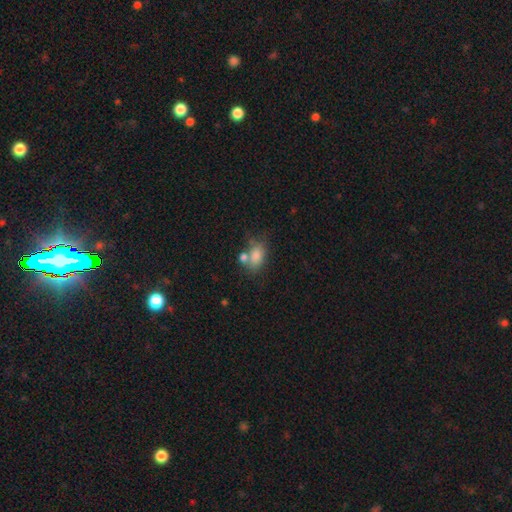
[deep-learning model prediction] A smooth galaxy with no disk features (79%) that is in between round and cigar-shaped (82%).

Vote fractions:
- Smooth or featured? smooth: 79% / featured or disk: 11% / star or artifact: 10%
- How rounded? in between: 82% / round: 16% / cigar-shaped: 2%
- Merging? none: 46% / merger: 28% / minor disturbance: 18% / major disturbance: 8%